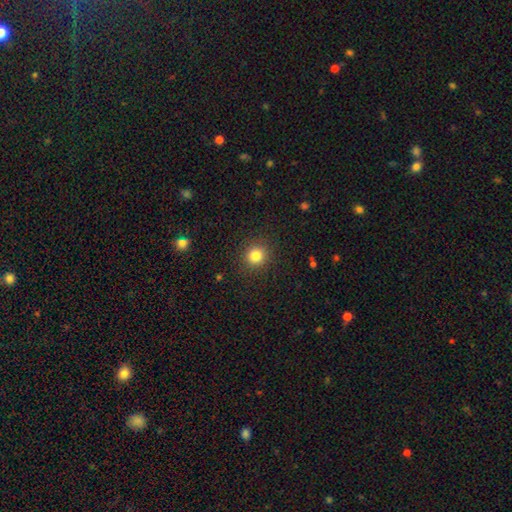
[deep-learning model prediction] This appears to be a smooth galaxy with no disk features (83%) that is round (90%). Merging: none (90%).